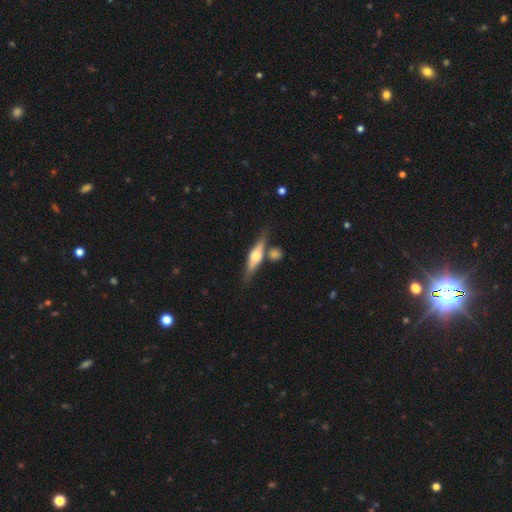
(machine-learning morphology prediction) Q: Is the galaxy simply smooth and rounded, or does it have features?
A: featured or disk — 64%.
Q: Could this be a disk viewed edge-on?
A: yes — 95%.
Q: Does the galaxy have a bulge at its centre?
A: rounded — 91%.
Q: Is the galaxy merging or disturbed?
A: none — 74%.